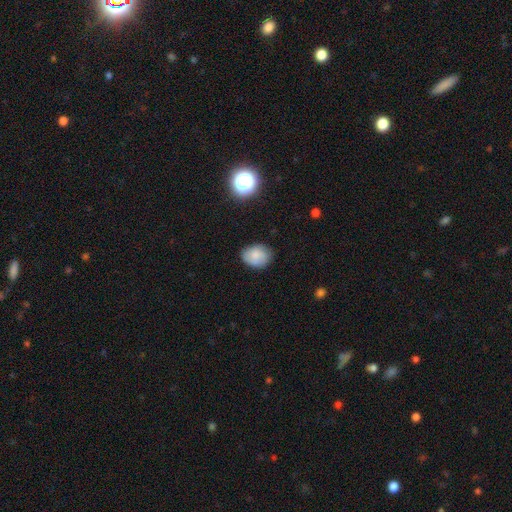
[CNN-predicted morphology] smooth 74%, featured or disk 17%, star or artifact 9%. Down the decision tree: how rounded — in between (63%); merging — none (76%).